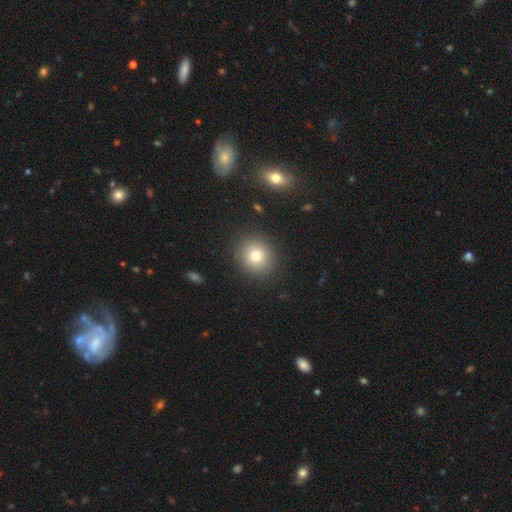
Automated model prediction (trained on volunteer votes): Smooth or featured?
  - smooth: 78% *
  - star or artifact: 12%
  - featured or disk: 10%
How rounded?
  - round: 80% *
  - in between: 19%
  - cigar-shaped: 1%
Merging?
  - none: 89% *
  - minor disturbance: 7%
  - major disturbance: 3%
  - merger: 2%